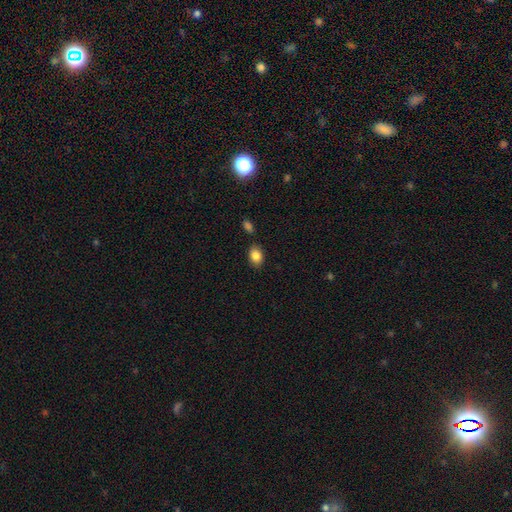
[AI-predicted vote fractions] A smooth galaxy with no disk features (86%) that is in between round and cigar-shaped (75%). Merging: none (79%).